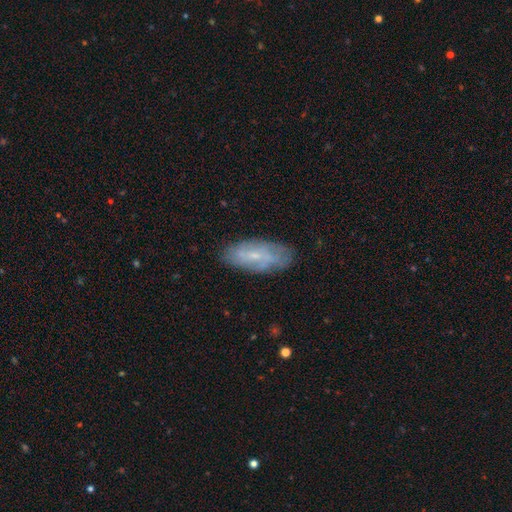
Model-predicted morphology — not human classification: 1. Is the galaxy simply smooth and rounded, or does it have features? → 53% featured or disk, 39% smooth, 8% star or artifact.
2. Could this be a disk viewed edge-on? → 87% no, 13% yes.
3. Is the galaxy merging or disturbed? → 74% none, 19% minor disturbance, 5% major disturbance, 2% merger.